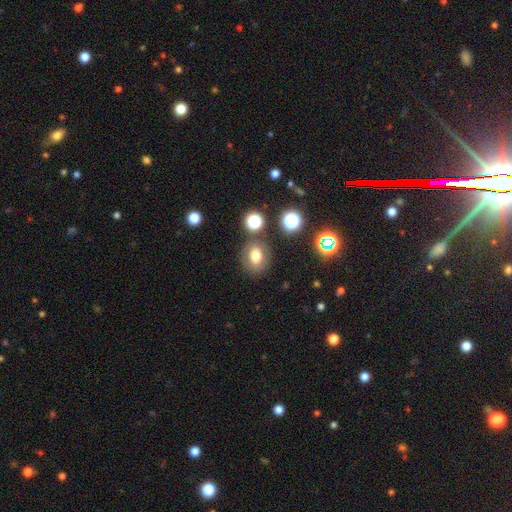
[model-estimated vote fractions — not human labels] Smooth or featured? Predicted: smooth (p=0.72). How rounded? Predicted: round (p=0.56). Merging? Predicted: none (p=0.77).